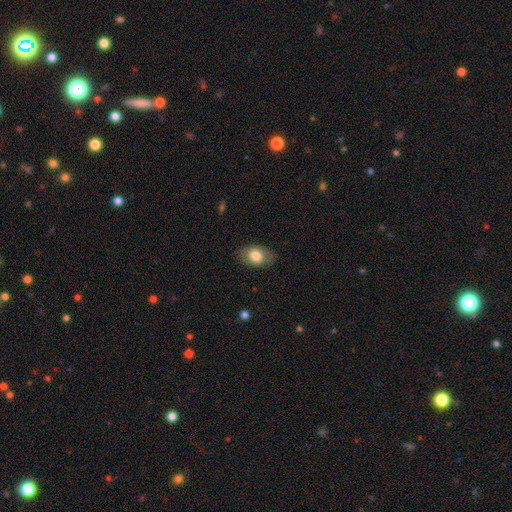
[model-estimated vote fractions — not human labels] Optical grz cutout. It shows a smooth galaxy with no disk features (74%) that is in between round and cigar-shaped (87%). Merging: none (83%).